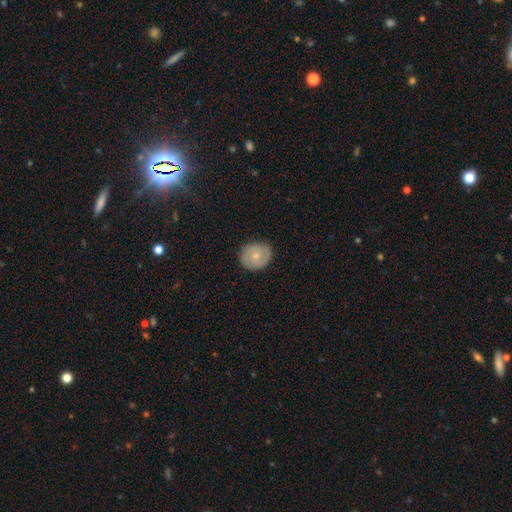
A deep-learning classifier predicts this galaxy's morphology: A featured or disk galaxy (52%) with no bar (68%), spiral arms (78%) and a small central bulge (49%). Merging: none (86%).